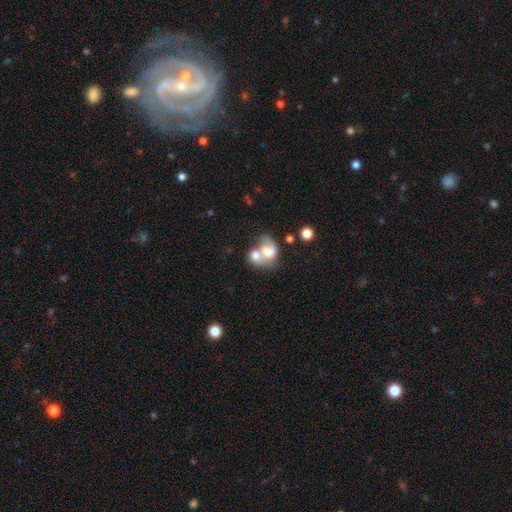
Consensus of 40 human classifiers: Smooth or featured: smooth — 82% (featured or disk — 15%)
How rounded: in between — 52% (round — 48%)
Merging: merger — 74% (none — 10%)